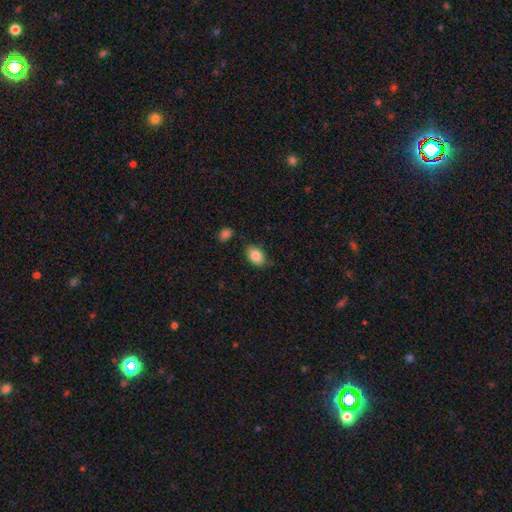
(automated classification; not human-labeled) Morphology: type=smooth (84%); roundness=in between (83%); merging=none (76%).